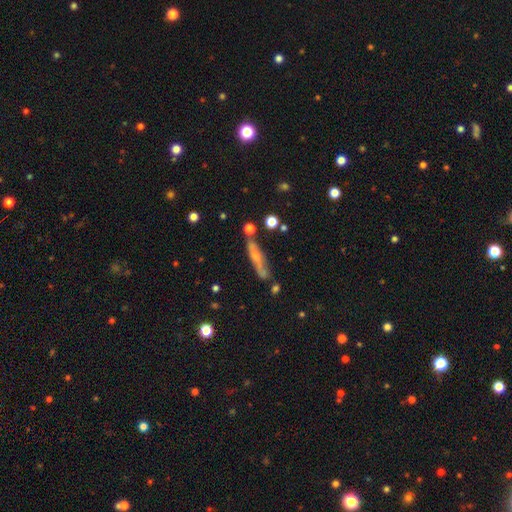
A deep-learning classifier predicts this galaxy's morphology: smooth_or_featured: smooth (p=0.47) [alt: featured or disk p=0.46]
merging: none (p=0.58) [alt: minor disturbance p=0.22]